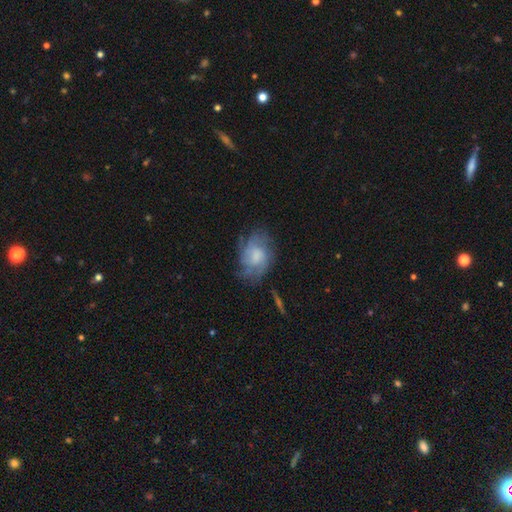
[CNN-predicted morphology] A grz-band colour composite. It shows a featured or disk galaxy (55%) with no bar (67%), spiral arms (76%) and a moderate central bulge (39%). Merging: none (60%).